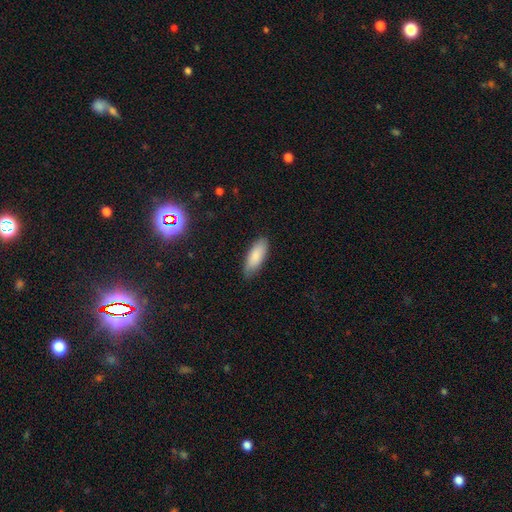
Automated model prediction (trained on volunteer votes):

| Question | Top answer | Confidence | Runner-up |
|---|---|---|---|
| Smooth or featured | smooth | 85% | featured or disk (10%) |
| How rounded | in between | 75% | cigar-shaped (24%) |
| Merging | none | 78% | minor disturbance (18%) |